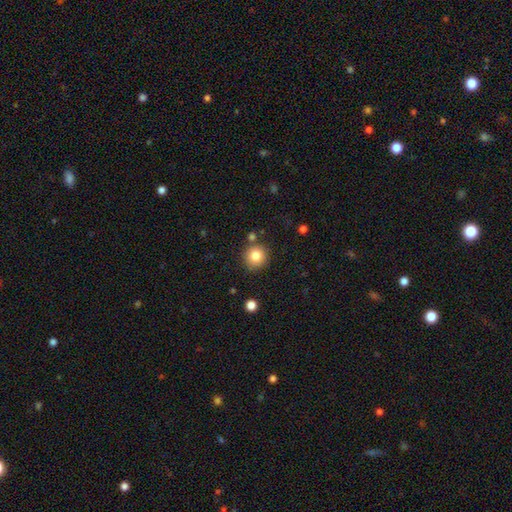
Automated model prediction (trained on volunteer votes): Smooth or featured? Predicted: smooth (p=0.81). How rounded? Predicted: round (p=0.93). Merging? Predicted: none (p=0.84).